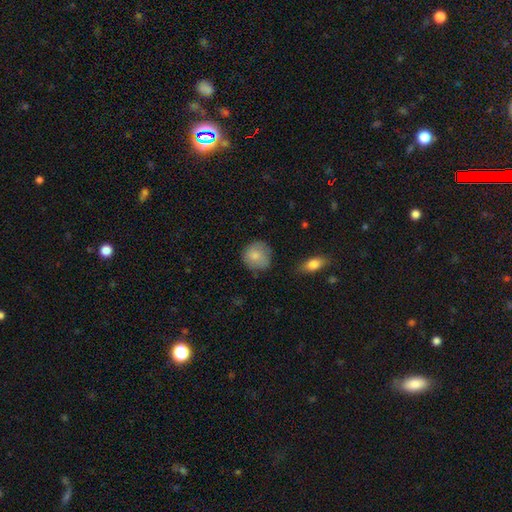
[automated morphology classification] The model was most divided on "merging": none: 73%, minor disturbance: 20%, major disturbance: 4%, merger: 2%. More confident: how rounded — round (89%); smooth or featured — smooth (82%).